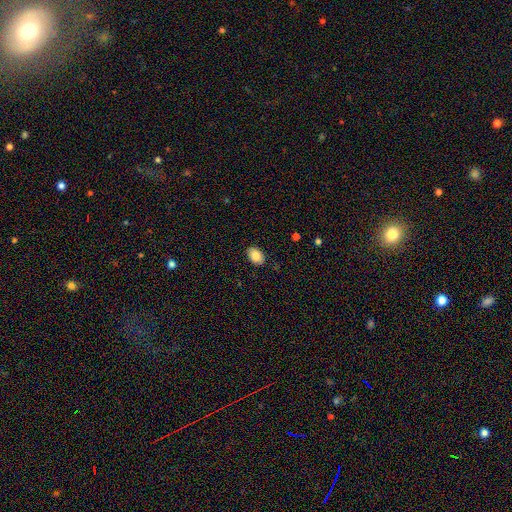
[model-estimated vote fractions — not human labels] smooth 86%, star or artifact 7%, featured or disk 7%. Down the decision tree: how rounded — in between (87%); merging — none (87%).